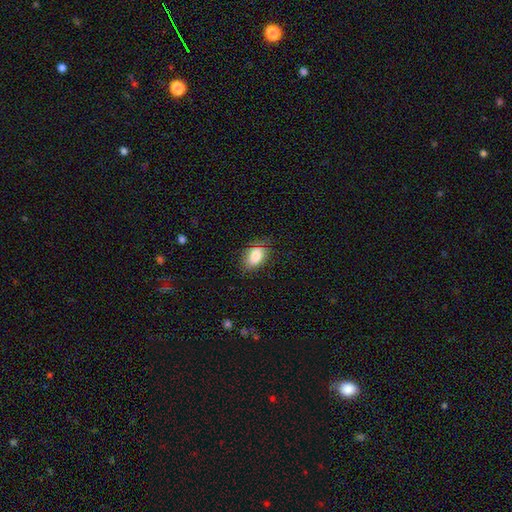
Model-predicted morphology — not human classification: type=smooth (83%); roundness=in between (86%); merging=none (76%).